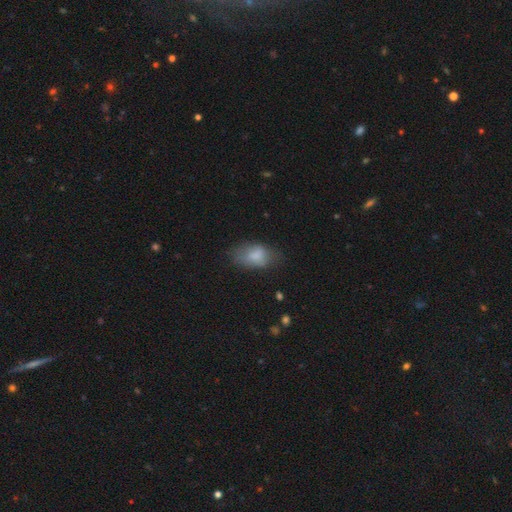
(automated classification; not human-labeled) Morphology: type=smooth (78%); roundness=in between (90%); merging=none (59%).